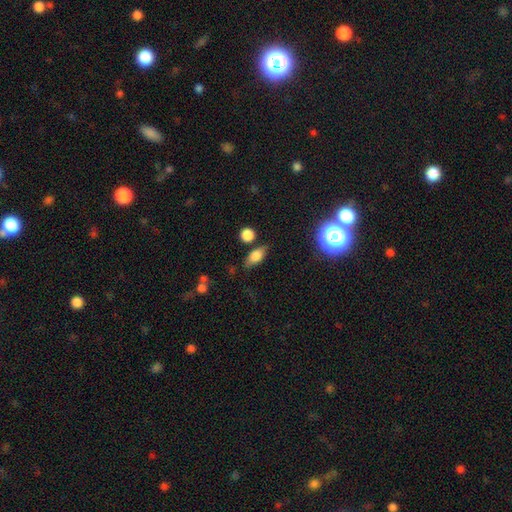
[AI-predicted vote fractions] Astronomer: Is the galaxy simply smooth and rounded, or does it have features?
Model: smooth — 70%.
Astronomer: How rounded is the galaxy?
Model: in between — 74%.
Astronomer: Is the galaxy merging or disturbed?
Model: none — 69%.